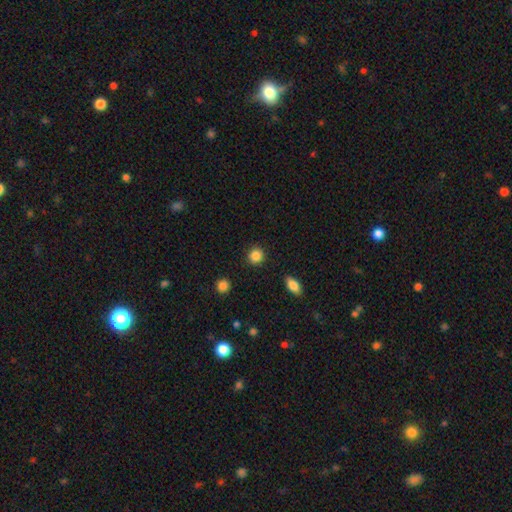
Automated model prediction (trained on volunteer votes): smooth_or_featured: smooth (p=0.87) [alt: star or artifact p=0.09]
how_rounded: round (p=0.89) [alt: in between p=0.10]
merging: none (p=0.91) [alt: minor disturbance p=0.06]